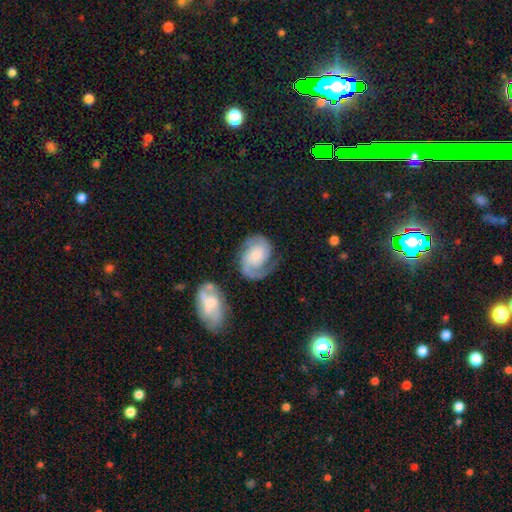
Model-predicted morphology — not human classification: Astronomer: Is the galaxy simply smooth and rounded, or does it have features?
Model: featured or disk — 78%.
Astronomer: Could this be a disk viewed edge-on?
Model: no — 98%.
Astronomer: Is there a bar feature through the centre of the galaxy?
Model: no — 68%.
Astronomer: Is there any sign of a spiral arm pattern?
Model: yes — 95%.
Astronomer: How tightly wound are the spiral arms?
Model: medium — 43% (runner-up: tight, 40%).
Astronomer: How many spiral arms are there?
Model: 2 — 65%.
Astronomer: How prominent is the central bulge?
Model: small — 38% (runner-up: moderate, 37%).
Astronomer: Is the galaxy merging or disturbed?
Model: none — 57%.